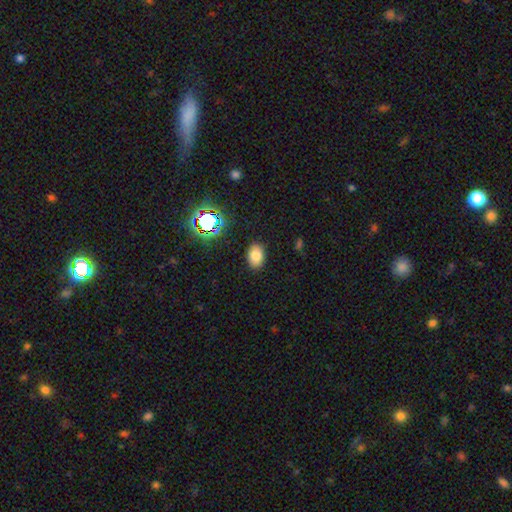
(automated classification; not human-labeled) smooth_or_featured: smooth (p=0.79) [alt: star or artifact p=0.13]
how_rounded: in between (p=0.85) [alt: round p=0.14]
merging: none (p=0.88) [alt: minor disturbance p=0.09]